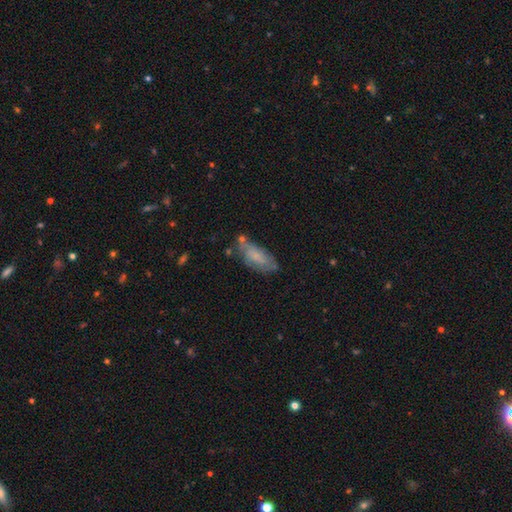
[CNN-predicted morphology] Smooth or featured: smooth — 58% (featured or disk — 34%)
How rounded: in between — 78% (cigar-shaped — 20%)
Merging: none — 53% (minor disturbance — 28%)